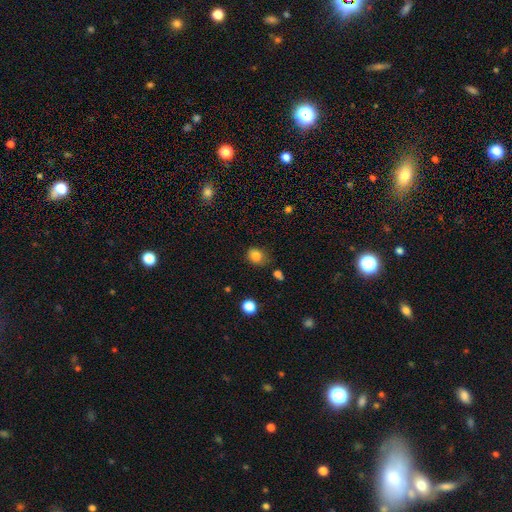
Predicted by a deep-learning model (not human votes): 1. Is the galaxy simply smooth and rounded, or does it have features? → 82% smooth, 12% star or artifact, 6% featured or disk.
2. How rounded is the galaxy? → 53% round, 46% in between, 1% cigar-shaped.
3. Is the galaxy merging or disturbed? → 67% none, 24% minor disturbance, 6% major disturbance, 3% merger.